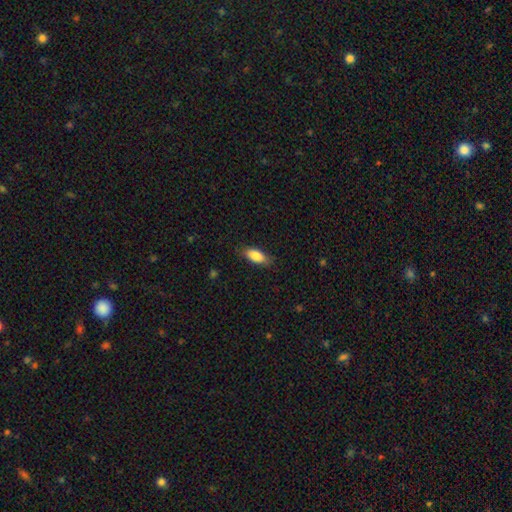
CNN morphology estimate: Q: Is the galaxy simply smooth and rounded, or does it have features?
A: smooth — 85%.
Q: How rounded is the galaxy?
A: in between — 83%.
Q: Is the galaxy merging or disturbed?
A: none — 82%.